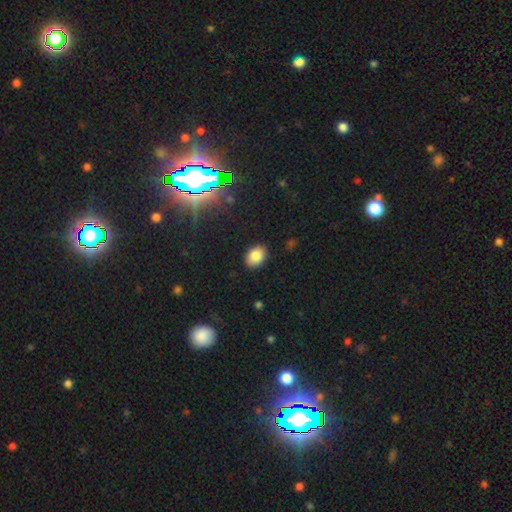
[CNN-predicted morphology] The model was most divided on "how rounded": in between: 77%, round: 22%, cigar-shaped: 1%. More confident: merging — none (88%); smooth or featured — smooth (83%).